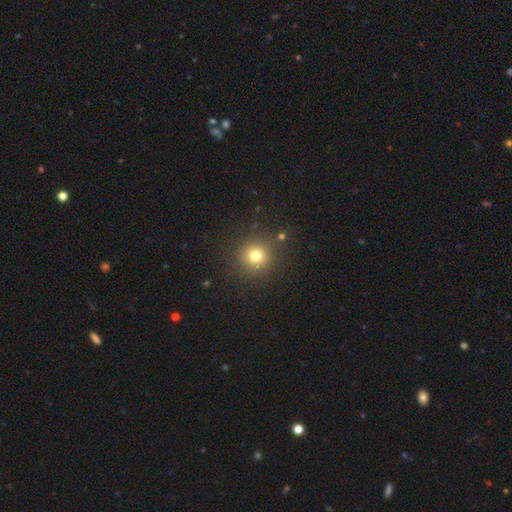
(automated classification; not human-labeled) Q: Smooth or featured?
A: smooth (75%); runner-up: star or artifact (17%)
Q: How rounded?
A: round (94%); runner-up: in between (5%)
Q: Merging?
A: none (88%); runner-up: minor disturbance (7%)